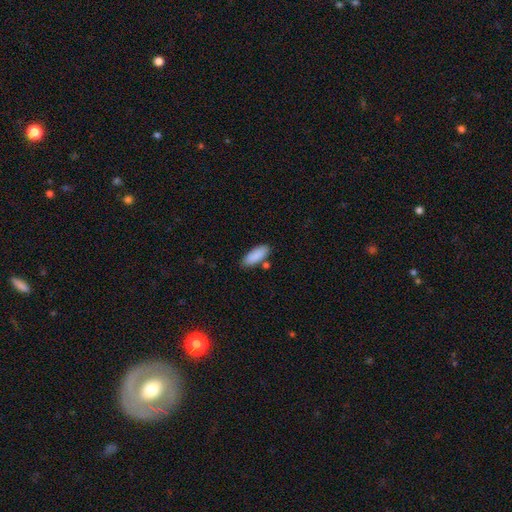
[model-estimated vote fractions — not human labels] Smooth or featured? smooth (89%)
How rounded? in between (75%)
Merging? none (78%)